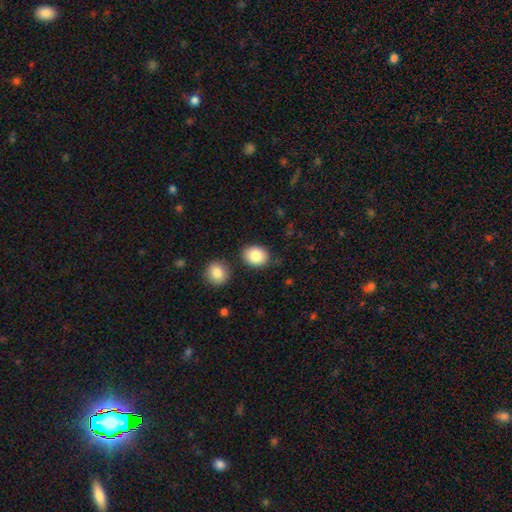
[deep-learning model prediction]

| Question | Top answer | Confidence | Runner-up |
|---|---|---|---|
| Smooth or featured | smooth | 85% | star or artifact (7%) |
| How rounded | in between | 57% | round (43%) |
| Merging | none | 82% | minor disturbance (9%) |